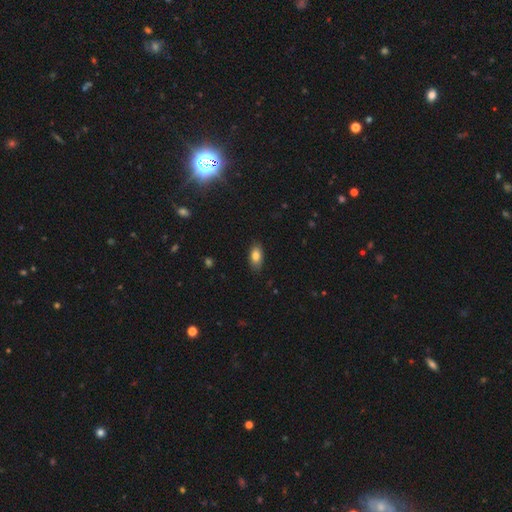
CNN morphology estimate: smooth 83%, featured or disk 9%, star or artifact 8%. Down the decision tree: how rounded — in between (90%); merging — none (85%).